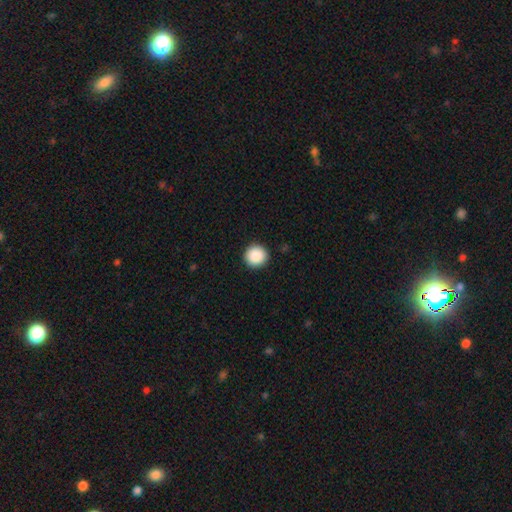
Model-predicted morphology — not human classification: The model was most divided on "smooth or featured": smooth: 89%, star or artifact: 8%, featured or disk: 3%. More confident: how rounded — round (93%); merging — none (92%).